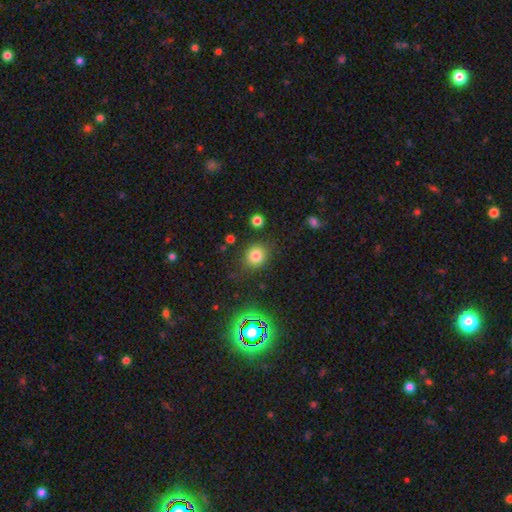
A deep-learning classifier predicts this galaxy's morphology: smooth_or_featured: smooth (p=0.79) [alt: star or artifact p=0.14]
how_rounded: round (p=0.77) [alt: in between p=0.22]
merging: none (p=0.80) [alt: minor disturbance p=0.13]